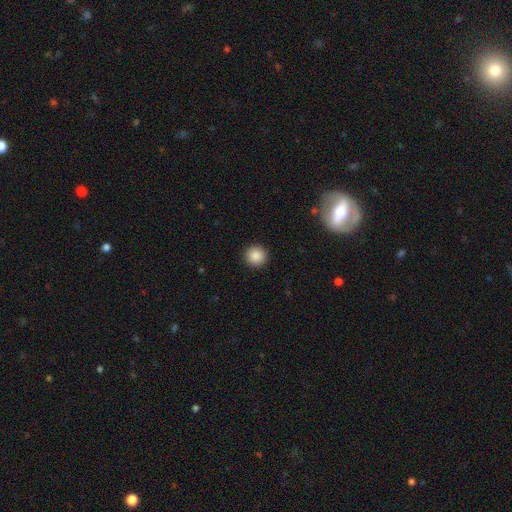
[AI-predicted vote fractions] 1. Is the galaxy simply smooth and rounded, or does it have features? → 88% smooth, 9% star or artifact, 3% featured or disk.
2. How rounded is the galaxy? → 96% round, 3% in between, 1% cigar-shaped.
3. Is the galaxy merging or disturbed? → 93% none, 5% minor disturbance, 2% major disturbance, 1% merger.